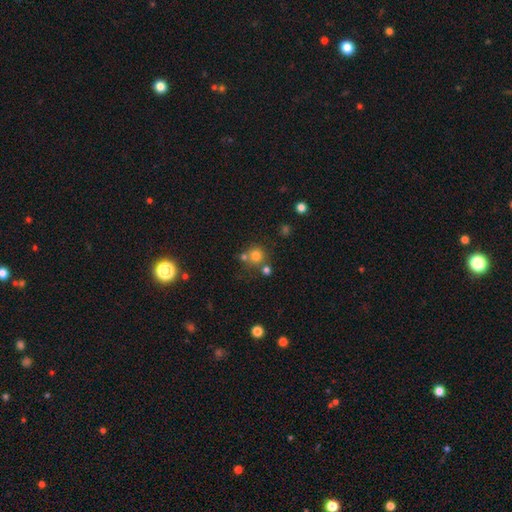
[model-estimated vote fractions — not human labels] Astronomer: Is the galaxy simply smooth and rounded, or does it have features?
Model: smooth — 75%.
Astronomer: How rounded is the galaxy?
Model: round — 89%.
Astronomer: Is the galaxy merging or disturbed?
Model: none — 61%.